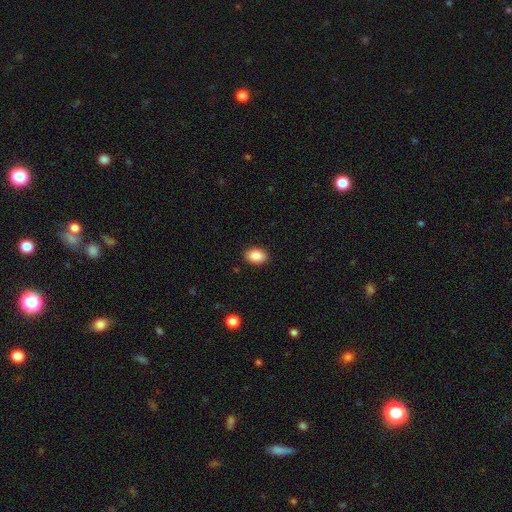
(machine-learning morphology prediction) This appears to be a smooth galaxy with no disk features (88%) that is in between round and cigar-shaped (80%). Merging: none (89%).